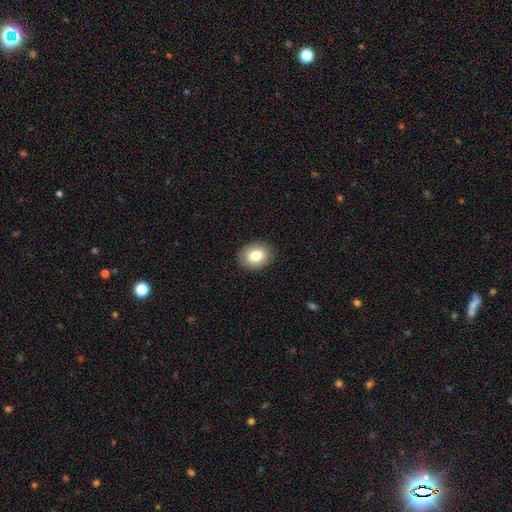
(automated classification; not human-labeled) Morphology: type=smooth (80%); roundness=in between (50%, tied with round); merging=none (90%).